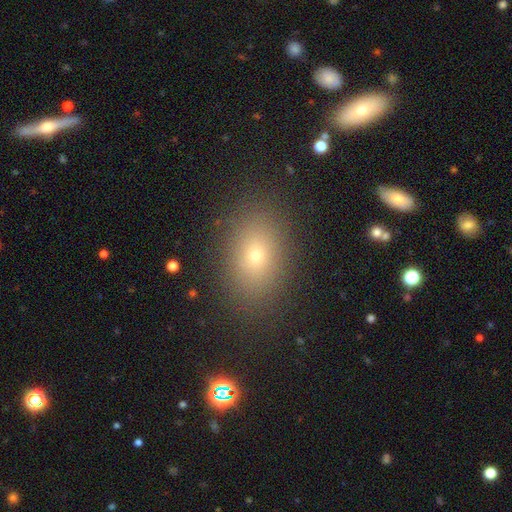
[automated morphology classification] Overall: smooth (73%). How rounded: in between (77%). Merging: none (85%).